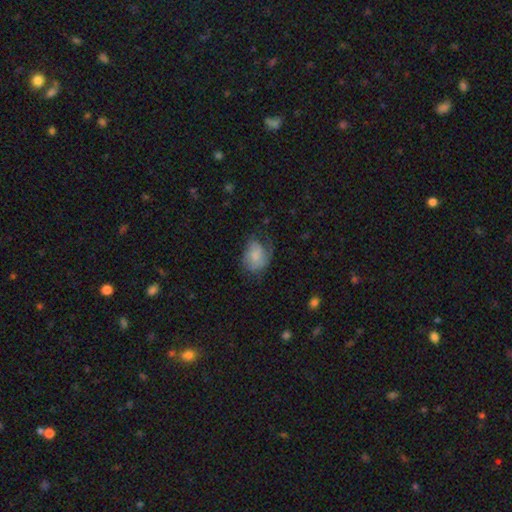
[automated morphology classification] This is likely a smooth galaxy (63%). How rounded: likely in between (68%). Merging: marginally none (41%).